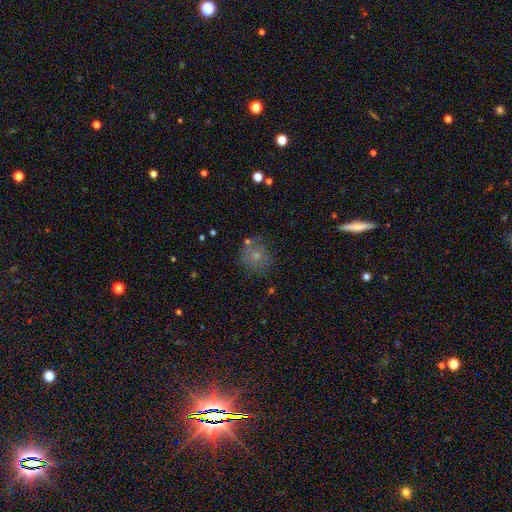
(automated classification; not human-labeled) Smooth or featured? Predicted: smooth (p=0.64). How rounded? Predicted: round (p=0.83). Merging? Predicted: none (p=0.65).